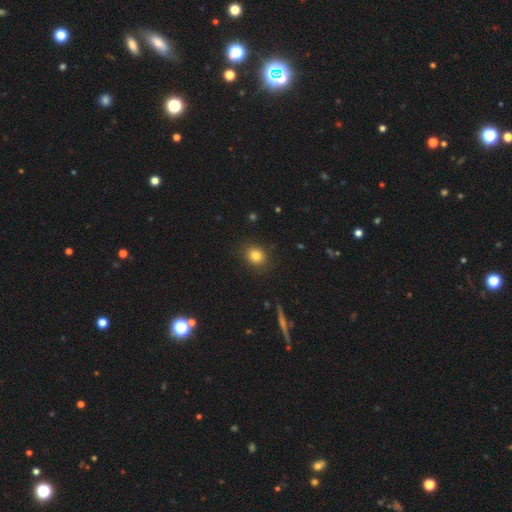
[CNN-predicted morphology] A smooth galaxy with no disk features (81%) that is round (75%). Merging: none (88%).